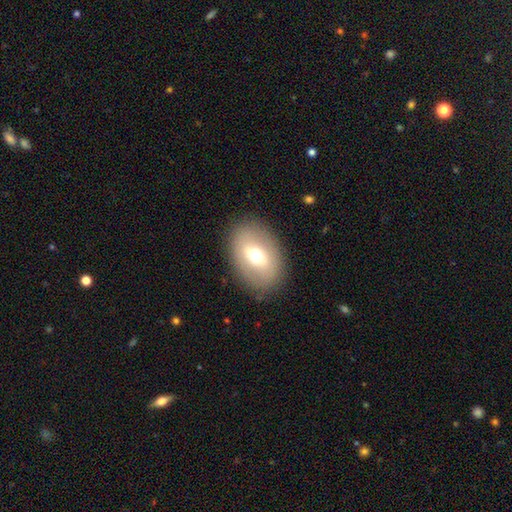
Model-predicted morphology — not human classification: This is possibly a smooth galaxy (57%). How rounded: likely in between (79%). Merging: clearly none (85%).